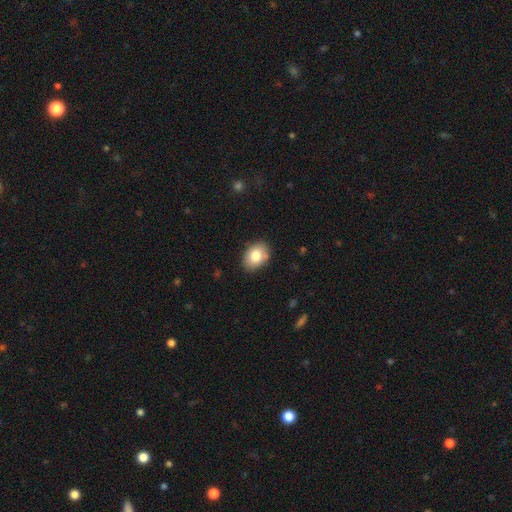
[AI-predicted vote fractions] Morphology: type=smooth (80%); roundness=in between (76%); merging=none (82%).